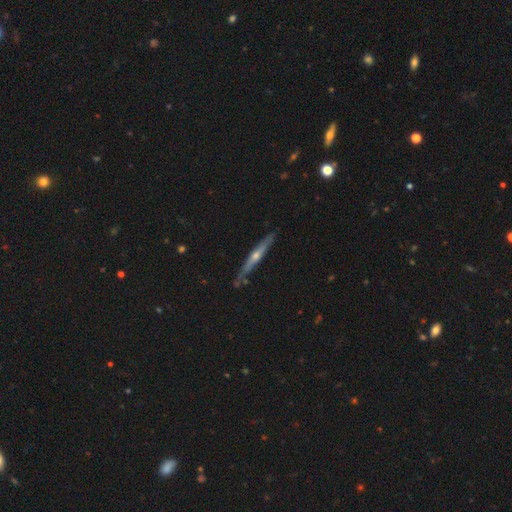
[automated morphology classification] A featured or disk galaxy (73%) viewed edge-on (95%) with a rounded central bulge (77%).

Vote fractions:
- Smooth or featured? featured or disk: 73% / smooth: 21% / star or artifact: 6%
- Edge-on disk? yes: 95% / no: 5%
- Edge-on bulge? rounded: 77% / none: 19% / boxy: 4%
- Merging? none: 81% / minor disturbance: 15% / major disturbance: 3% / merger: 2%